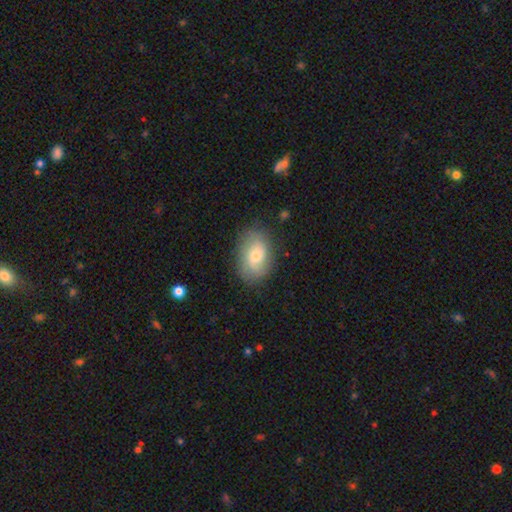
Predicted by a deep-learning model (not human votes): smooth 58%, featured or disk 35%, star or artifact 8%. Down the decision tree: how rounded — in between (82%); merging — none (79%).